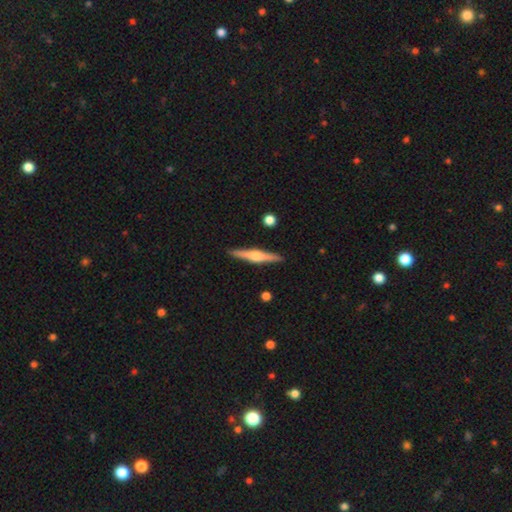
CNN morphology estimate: Smooth or featured?
  - featured or disk: 69% *
  - smooth: 26%
  - star or artifact: 5%
Edge-on disk?
  - yes: 98% *
  - no: 2%
Edge-on bulge?
  - rounded: 91% *
  - boxy: 5%
  - none: 4%
Merging?
  - none: 91% *
  - minor disturbance: 6%
  - merger: 1%
  - major disturbance: 1%